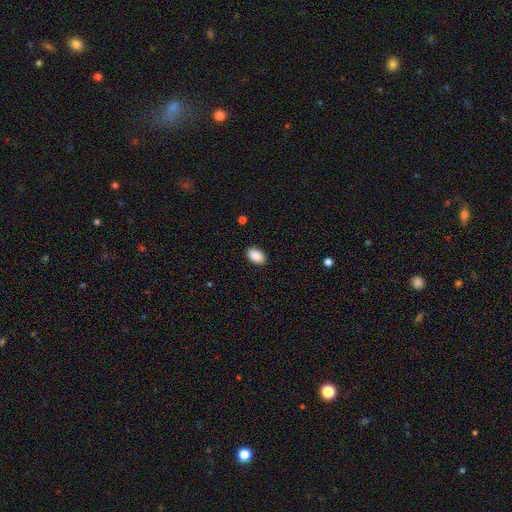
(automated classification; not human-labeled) smooth-or-featured: smooth: 90% | star or artifact: 7% | featured or disk: 3%
  how-rounded: in between: 93% | round: 6% | cigar-shaped: 1%
  merging: none: 89% | minor disturbance: 8% | major disturbance: 2% | merger: 1%